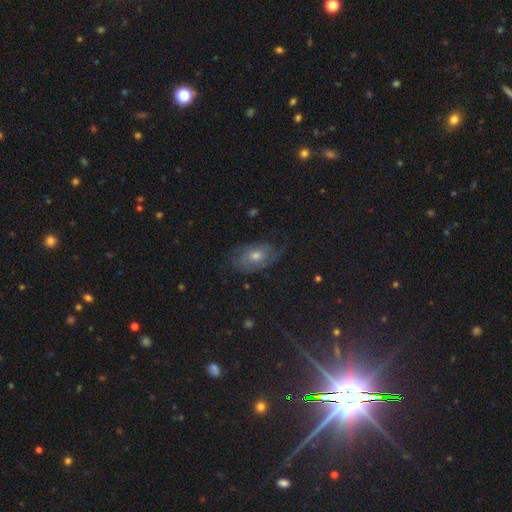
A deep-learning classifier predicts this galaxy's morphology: Q: Smooth or featured?
A: featured or disk (55%); runner-up: smooth (24%)
Q: Edge-on disk?
A: no (93%); runner-up: yes (7%)
Q: Bar?
A: no (79%); runner-up: weak (18%)
Q: Spiral arms?
A: yes (79%); runner-up: no (21%)
Q: Bulge size?
A: moderate (62%); runner-up: small (31%)
Q: Merging?
A: none (71%); runner-up: minor disturbance (20%)